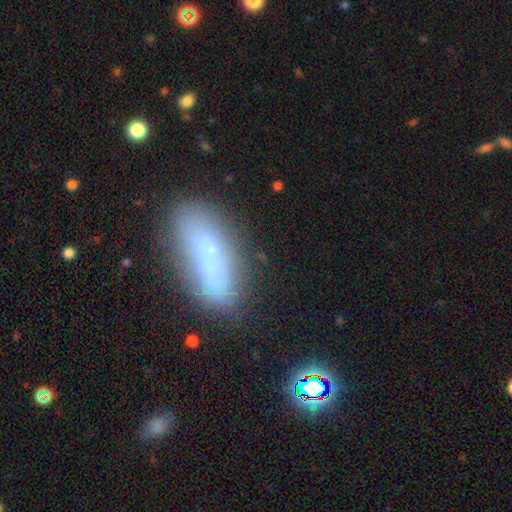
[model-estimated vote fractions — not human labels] This appears to be a smooth galaxy with no disk features (58%) that is in between round and cigar-shaped (61%). Merging: none (70%).